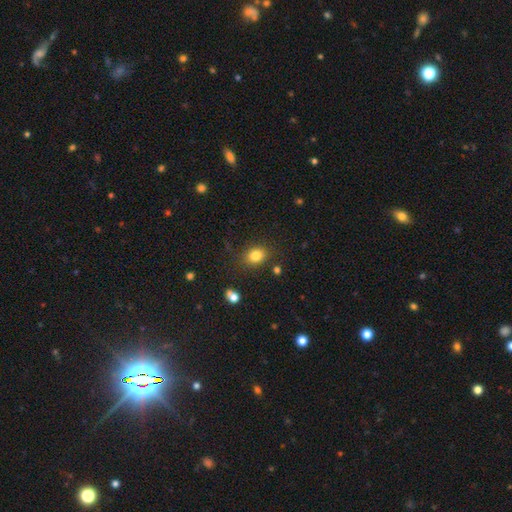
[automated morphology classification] This appears to be a smooth galaxy with no disk features (82%) that is round (50%). Merging: none (82%).